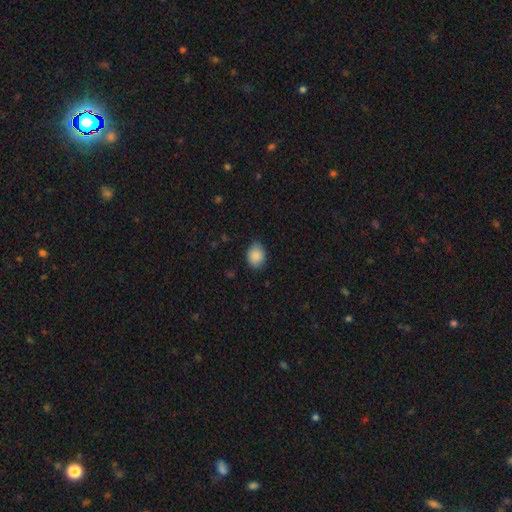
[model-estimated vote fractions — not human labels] This is clearly a smooth galaxy (89%). How rounded: possibly in between (60%). Merging: likely none (79%).